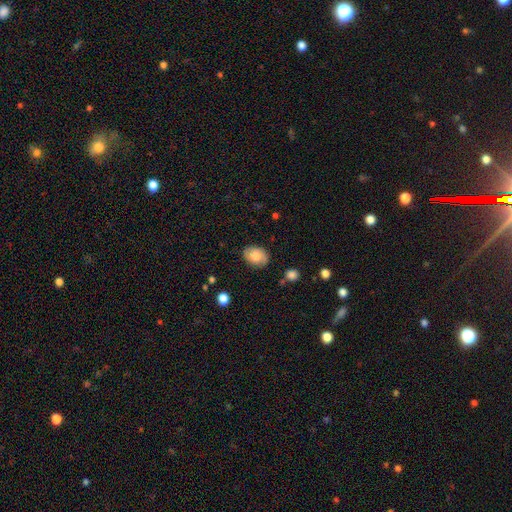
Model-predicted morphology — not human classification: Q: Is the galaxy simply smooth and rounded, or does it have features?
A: smooth — 54%.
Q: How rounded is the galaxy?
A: in between — 69%.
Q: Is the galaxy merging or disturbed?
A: none — 77%.